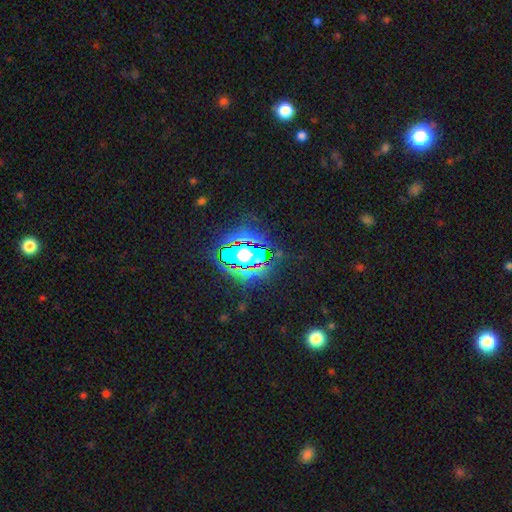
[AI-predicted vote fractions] Morphology: type=star or artifact (81%).